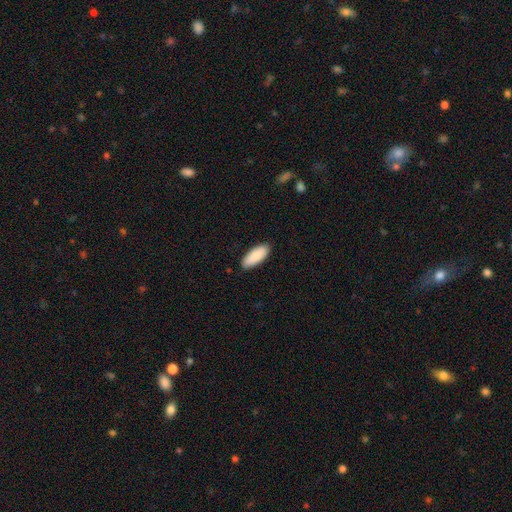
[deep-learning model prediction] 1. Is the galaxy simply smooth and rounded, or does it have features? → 88% smooth, 7% featured or disk, 5% star or artifact.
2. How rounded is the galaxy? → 83% in between, 16% cigar-shaped, 2% round.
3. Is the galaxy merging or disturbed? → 88% none, 9% minor disturbance, 2% major disturbance, 1% merger.